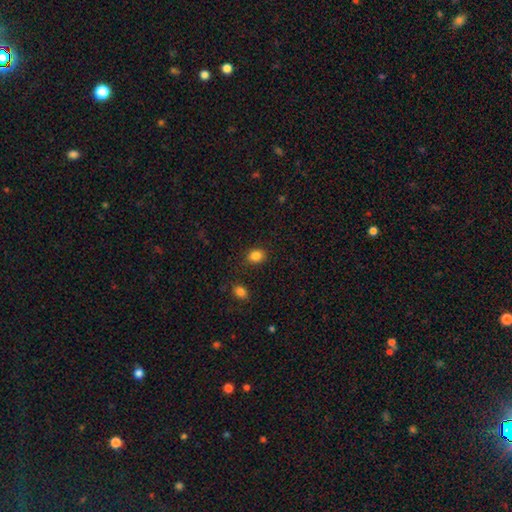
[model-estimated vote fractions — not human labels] This appears to be a smooth galaxy with no disk features (85%) that is in between round and cigar-shaped (55%). Merging: none (82%).